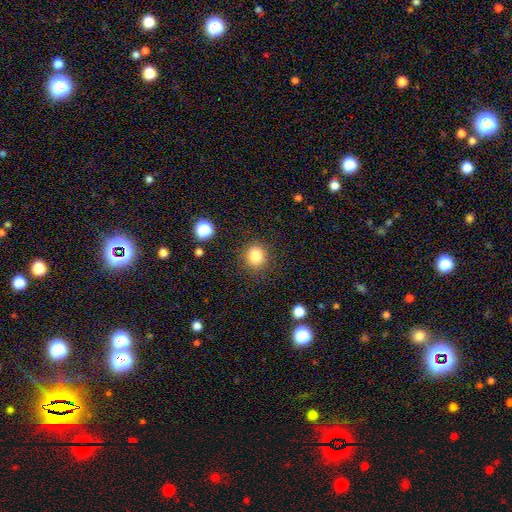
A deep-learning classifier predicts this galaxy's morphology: Smooth or featured?
  - smooth: 83% *
  - star or artifact: 11%
  - featured or disk: 5%
How rounded?
  - round: 83% *
  - in between: 17%
  - cigar-shaped: 1%
Merging?
  - none: 85% *
  - minor disturbance: 10%
  - major disturbance: 4%
  - merger: 2%